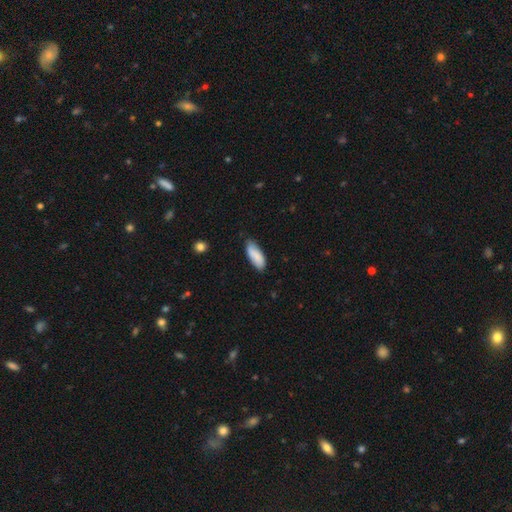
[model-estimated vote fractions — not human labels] Smooth or featured: smooth — 86% (featured or disk — 9%)
How rounded: in between — 76% (cigar-shaped — 22%)
Merging: none — 76% (minor disturbance — 19%)